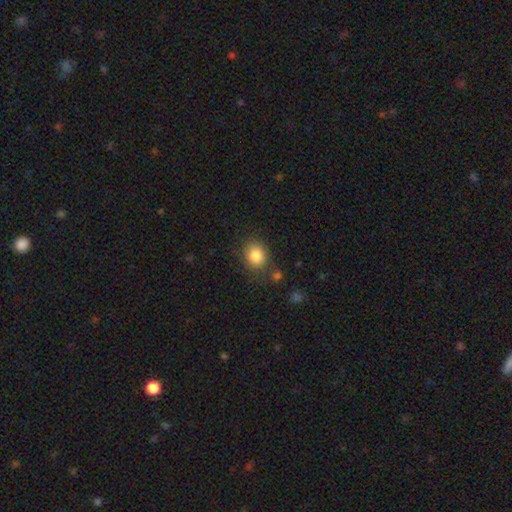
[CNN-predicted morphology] Smooth or featured? Predicted: smooth (p=0.84). How rounded? Predicted: round (p=0.65). Merging? Predicted: none (p=0.77).